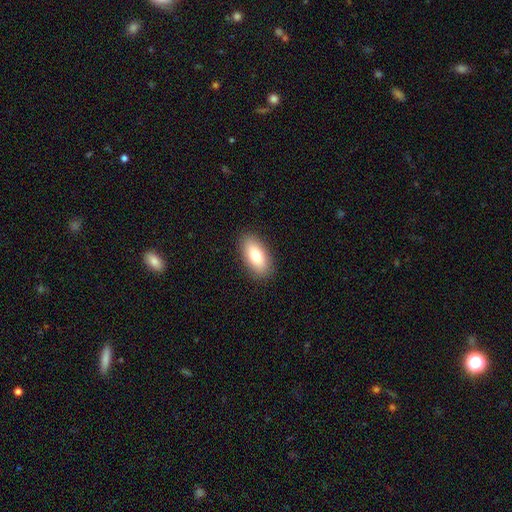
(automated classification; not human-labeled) Q: Smooth or featured?
A: smooth (78%); runner-up: featured or disk (15%)
Q: How rounded?
A: in between (90%); runner-up: cigar-shaped (7%)
Q: Merging?
A: none (88%); runner-up: minor disturbance (9%)